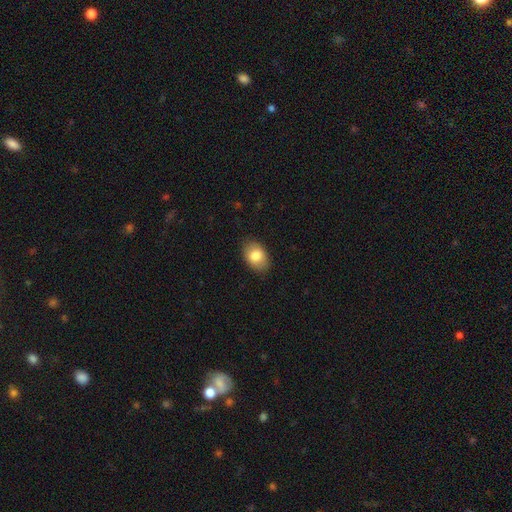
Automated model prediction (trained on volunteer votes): smooth 81%, featured or disk 12%, star or artifact 7%. Down the decision tree: how rounded — in between (85%); merging — none (85%).